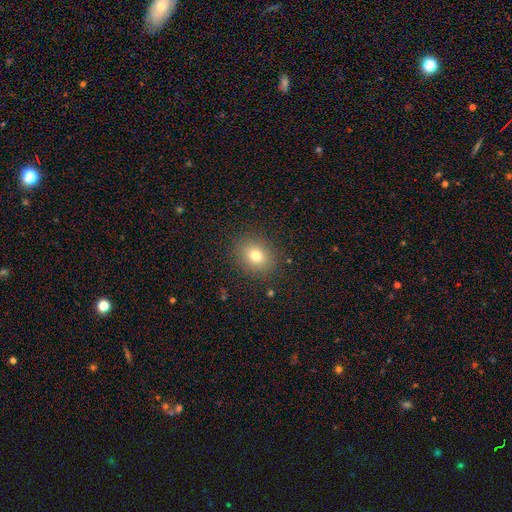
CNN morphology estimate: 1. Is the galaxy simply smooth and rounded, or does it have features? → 76% smooth, 14% star or artifact, 10% featured or disk.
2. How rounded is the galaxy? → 61% round, 38% in between, 1% cigar-shaped.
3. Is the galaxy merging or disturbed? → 88% none, 8% minor disturbance, 3% major disturbance, 1% merger.